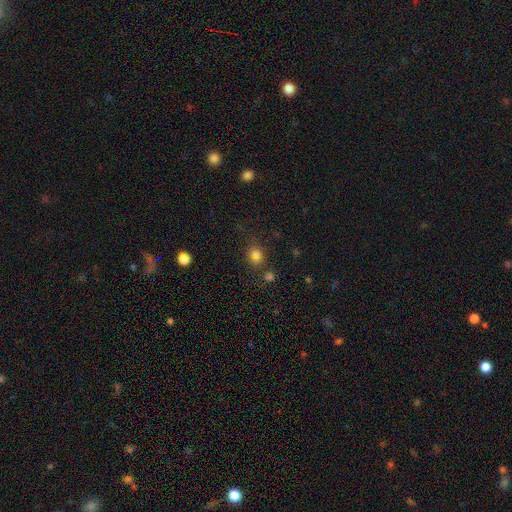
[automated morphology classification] A smooth galaxy with no disk features (70%) that is round (70%).

Vote fractions:
- Smooth or featured? smooth: 70% / star or artifact: 21% / featured or disk: 10%
- How rounded? round: 70% / in between: 29% / cigar-shaped: 1%
- Merging? none: 58% / merger: 24% / minor disturbance: 13% / major disturbance: 5%